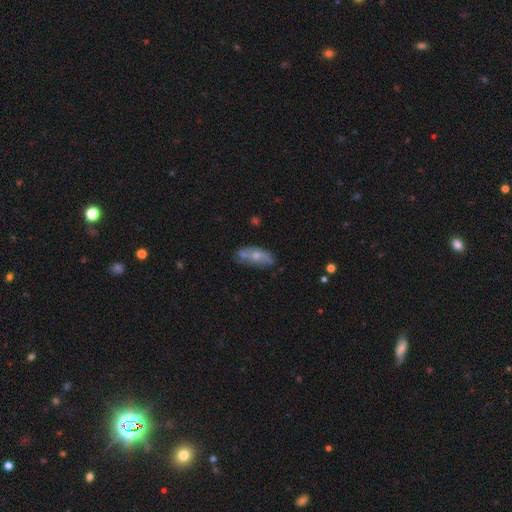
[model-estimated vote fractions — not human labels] This appears to be a smooth galaxy with no disk features (47%). Merging: none (51%).